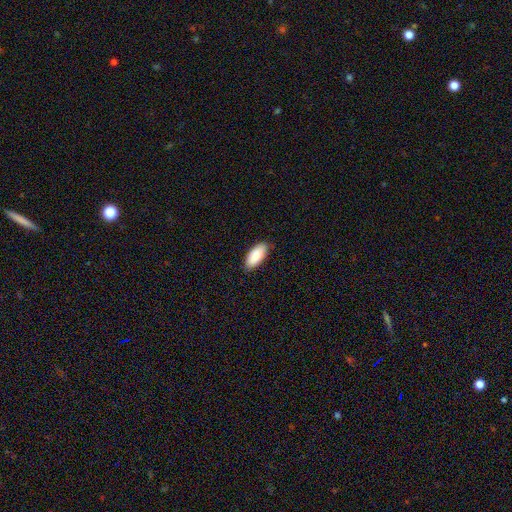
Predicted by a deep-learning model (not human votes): Smooth or featured? smooth (89%)
How rounded? in between (90%)
Merging? none (86%)